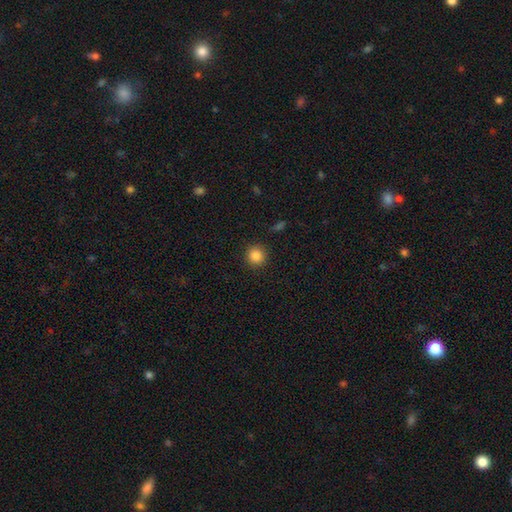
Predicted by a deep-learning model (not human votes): Smooth or featured? Predicted: smooth (p=0.85). How rounded? Predicted: round (p=0.93). Merging? Predicted: none (p=0.91).